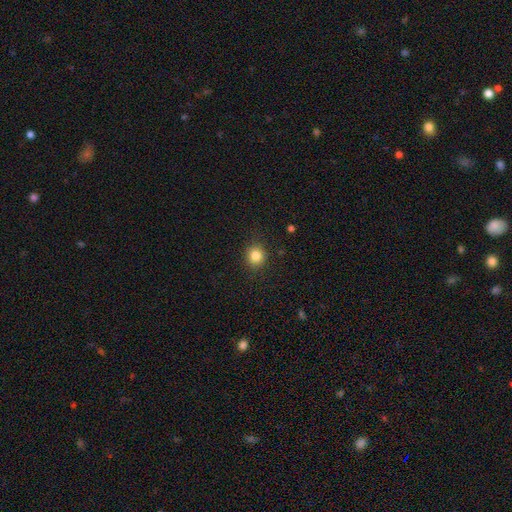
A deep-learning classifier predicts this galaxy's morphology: Smooth or featured? smooth (84%)
How rounded? round (84%)
Merging? none (89%)